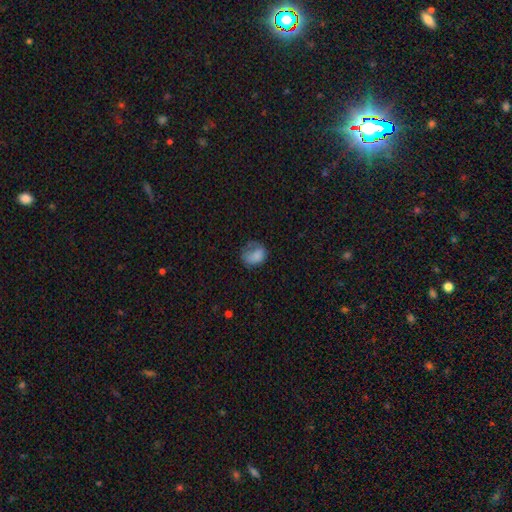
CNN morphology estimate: This is likely a smooth galaxy (75%). How rounded: possibly in between (53%). Merging: marginally none (37%).